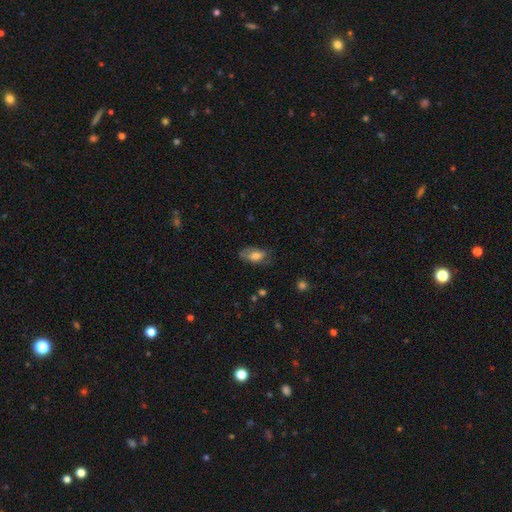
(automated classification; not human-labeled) smooth-or-featured: smooth: 64% | featured or disk: 27% | star or artifact: 8%
  how-rounded: in between: 90% | round: 5% | cigar-shaped: 5%
  merging: none: 58% | minor disturbance: 28% | major disturbance: 12% | merger: 2%